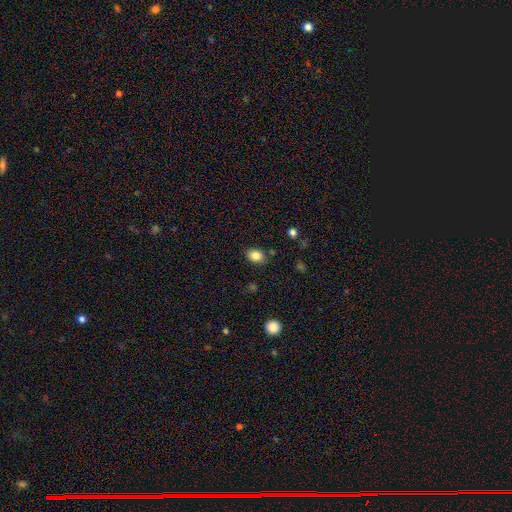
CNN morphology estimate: This appears to be a smooth galaxy with no disk features (85%) that is in between round and cigar-shaped (73%). Merging: none (84%).